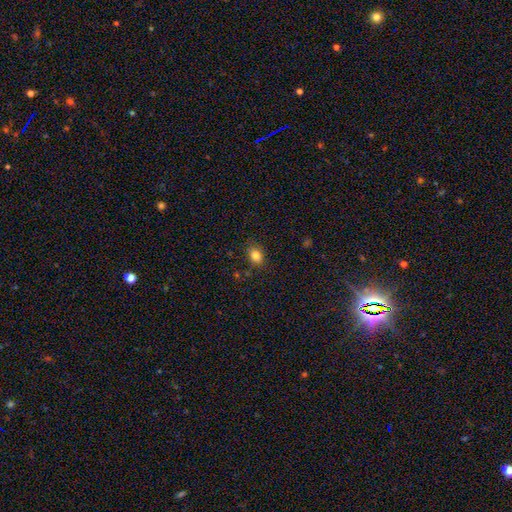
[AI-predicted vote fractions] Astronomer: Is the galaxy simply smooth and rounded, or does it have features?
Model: smooth — 83%.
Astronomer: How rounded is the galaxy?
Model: in between — 71%.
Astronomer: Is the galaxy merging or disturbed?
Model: none — 84%.